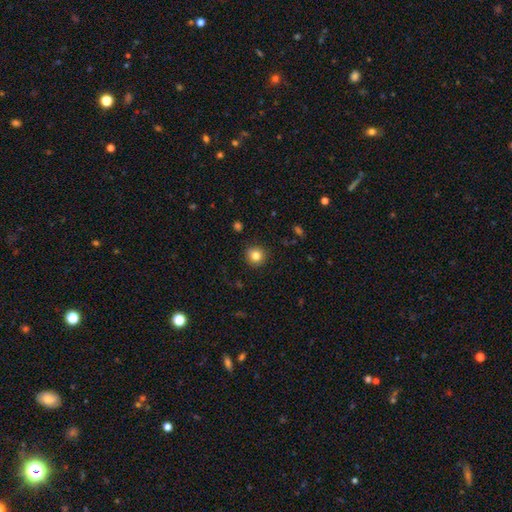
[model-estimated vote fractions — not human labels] This is clearly a smooth galaxy (82%). How rounded: clearly round (92%). Merging: clearly none (89%).